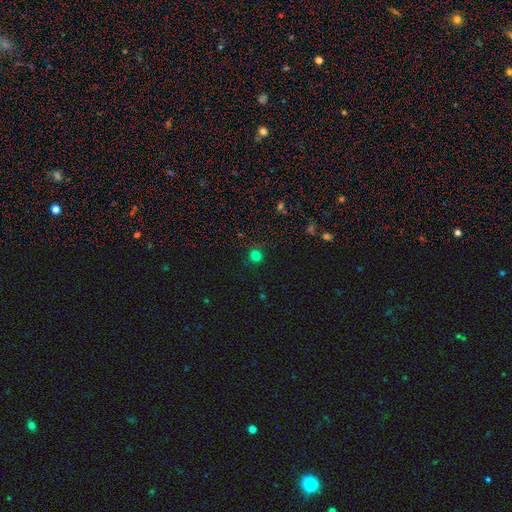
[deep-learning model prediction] Smooth or featured? smooth (78%)
How rounded? round (90%)
Merging? none (87%)